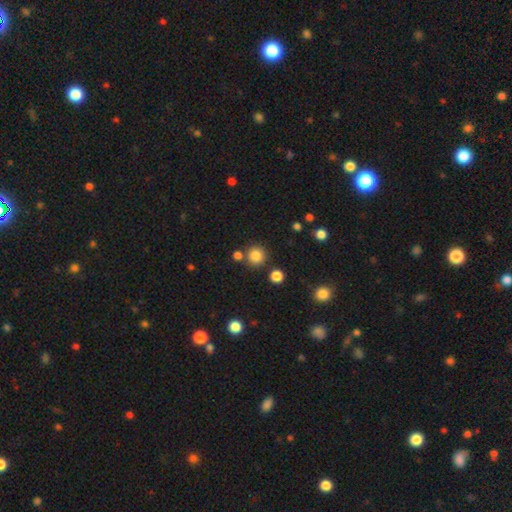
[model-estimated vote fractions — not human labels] Q: Smooth or featured?
A: smooth (83%); runner-up: star or artifact (12%)
Q: How rounded?
A: round (92%); runner-up: in between (7%)
Q: Merging?
A: none (79%); runner-up: merger (9%)